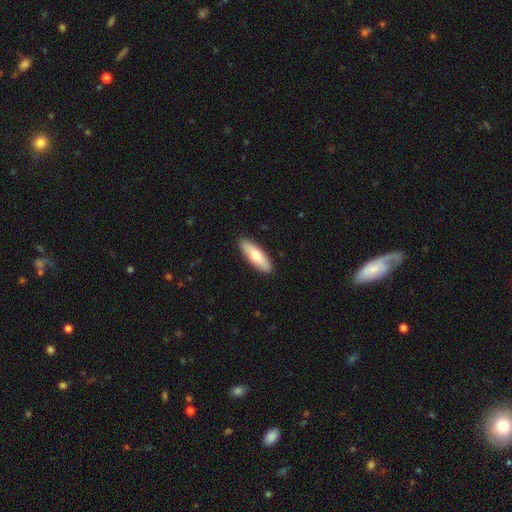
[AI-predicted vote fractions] Overall: smooth (64%; featured or disk 31%). How rounded: in between (53%; cigar-shaped 44%). Merging: none (90%).